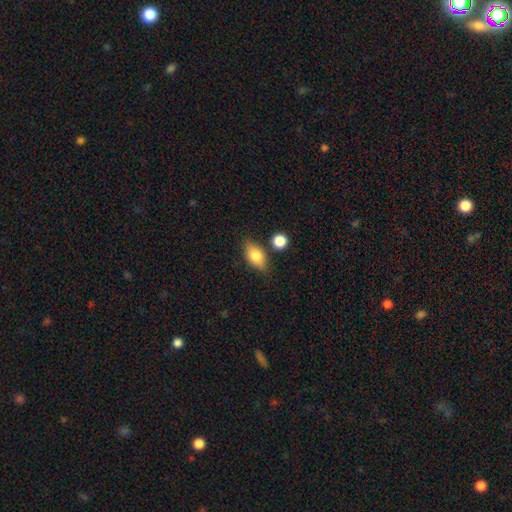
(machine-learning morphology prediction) A smooth galaxy with no disk features (72%) that is in between round and cigar-shaped (82%).

Vote fractions:
- Smooth or featured? smooth: 72% / featured or disk: 20% / star or artifact: 8%
- How rounded? in between: 82% / round: 9% / cigar-shaped: 9%
- Merging? none: 77% / minor disturbance: 14% / merger: 5% / major disturbance: 4%